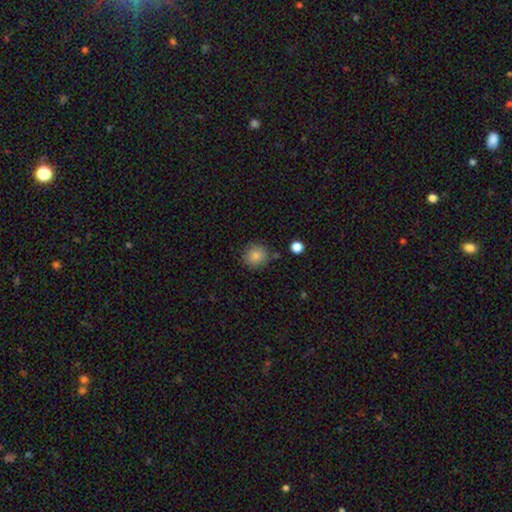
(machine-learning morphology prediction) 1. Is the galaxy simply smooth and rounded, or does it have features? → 84% smooth, 10% star or artifact, 6% featured or disk.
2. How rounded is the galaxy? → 91% round, 8% in between, 1% cigar-shaped.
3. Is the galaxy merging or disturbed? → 84% none, 10% minor disturbance, 4% merger, 3% major disturbance.